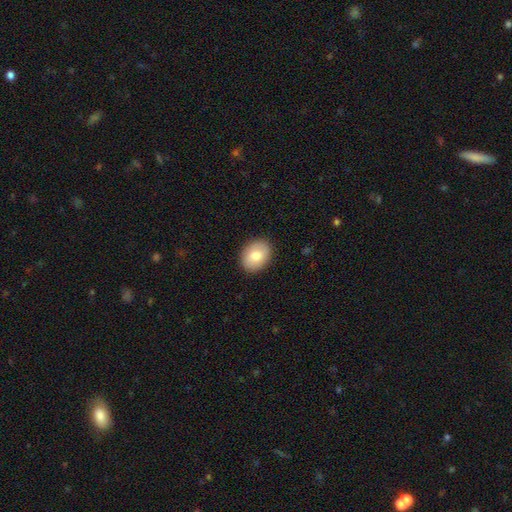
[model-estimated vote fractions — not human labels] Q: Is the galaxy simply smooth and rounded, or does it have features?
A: smooth — 81%.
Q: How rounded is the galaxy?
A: in between — 67%.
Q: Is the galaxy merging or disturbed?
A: none — 88%.